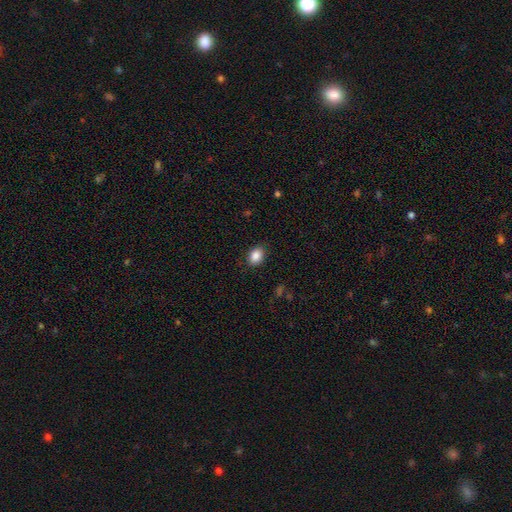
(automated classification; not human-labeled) Smooth or featured? Predicted: smooth (p=0.88). How rounded? Predicted: in between (p=0.76). Merging? Predicted: none (p=0.88).